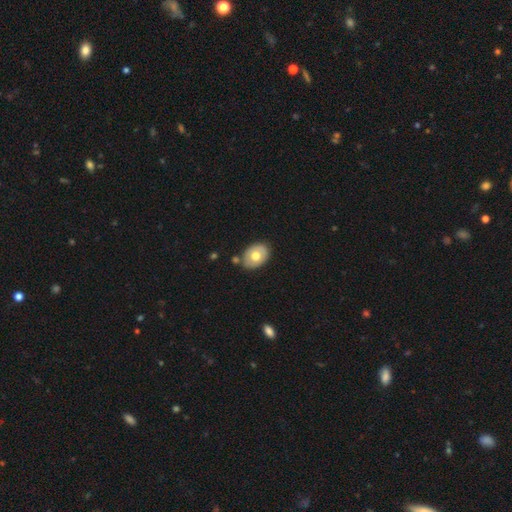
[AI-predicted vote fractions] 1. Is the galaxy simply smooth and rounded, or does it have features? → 61% smooth, 33% featured or disk, 6% star or artifact.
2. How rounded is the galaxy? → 74% in between, 25% round, 1% cigar-shaped.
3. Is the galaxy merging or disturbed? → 78% none, 13% minor disturbance, 6% merger, 3% major disturbance.